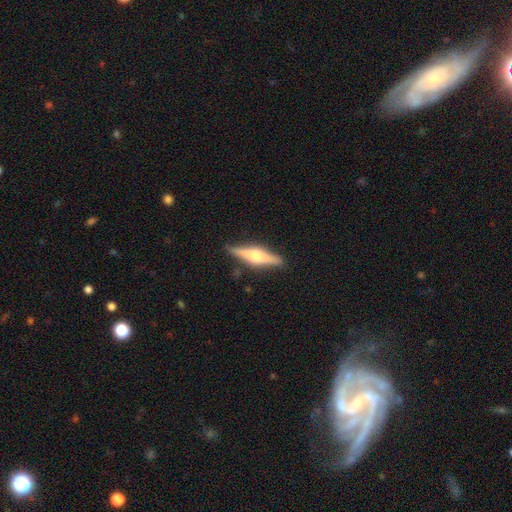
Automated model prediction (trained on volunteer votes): smooth_or_featured: featured or disk (p=0.65) [alt: smooth p=0.29]
disk_edge_on: yes (p=0.97) [alt: no p=0.03]
edge_on_bulge: rounded (p=0.89) [alt: boxy p=0.08]
merging: none (p=0.88) [alt: minor disturbance p=0.09]